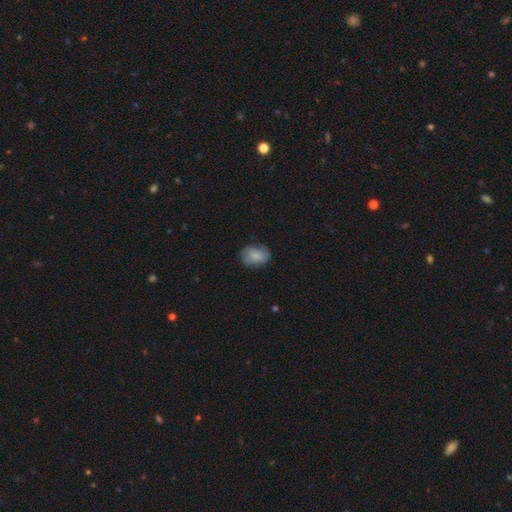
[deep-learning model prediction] Smooth or featured? Predicted: smooth (p=0.79). How rounded? Predicted: in between (p=0.68). Merging? Predicted: none (p=0.74).